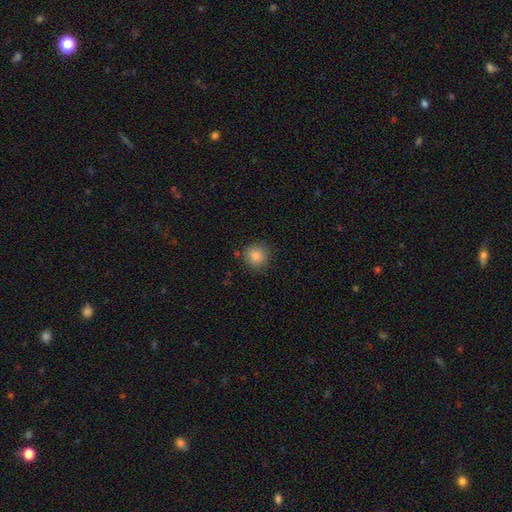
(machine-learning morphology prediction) Smooth or featured: smooth — 85% (star or artifact — 10%)
How rounded: round — 92% (in between — 7%)
Merging: none — 85% (minor disturbance — 10%)